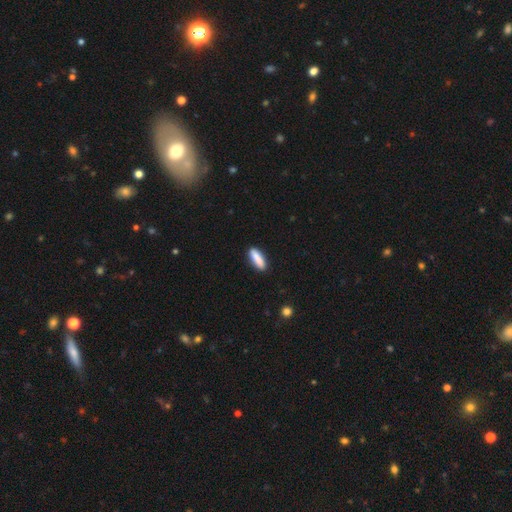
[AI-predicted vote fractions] A smooth galaxy with no disk features (85%) that is cigar-shaped (56%). Merging: none (87%).